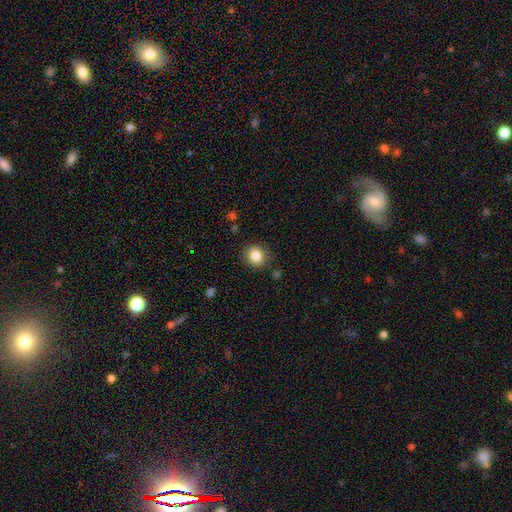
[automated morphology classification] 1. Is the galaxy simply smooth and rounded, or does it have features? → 85% smooth, 10% star or artifact, 6% featured or disk.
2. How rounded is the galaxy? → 72% round, 27% in between, 1% cigar-shaped.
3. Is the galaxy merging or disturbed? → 86% none, 10% minor disturbance, 3% major disturbance, 2% merger.